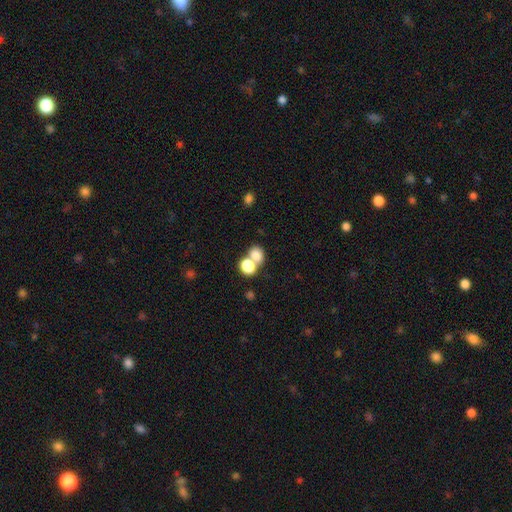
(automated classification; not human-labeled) smooth-or-featured: smooth: 78% | star or artifact: 12% | featured or disk: 10%
  how-rounded: round: 52% | in between: 46% | cigar-shaped: 1%
  merging: merger: 56% | none: 34% | minor disturbance: 7% | major disturbance: 4%